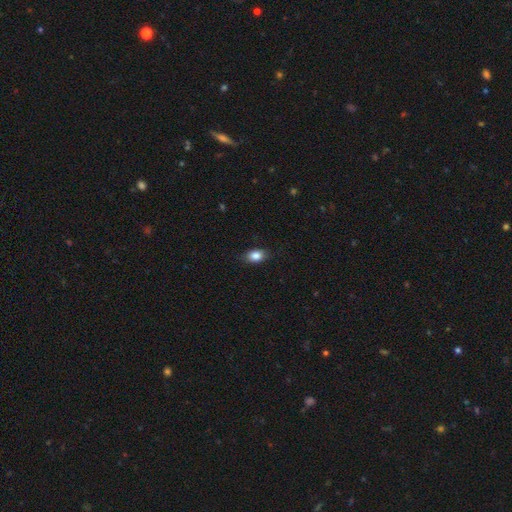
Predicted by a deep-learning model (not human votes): This appears to be a smooth galaxy with no disk features (85%) that is in between round and cigar-shaped (84%). Merging: none (84%).